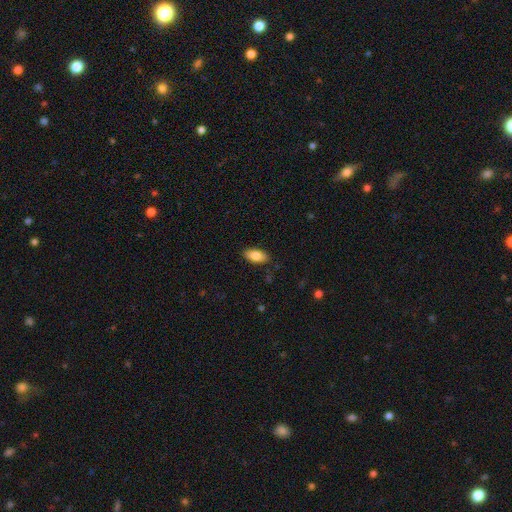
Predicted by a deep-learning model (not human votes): Smooth or featured? Predicted: smooth (p=0.84). How rounded? Predicted: in between (p=0.90). Merging? Predicted: none (p=0.87).